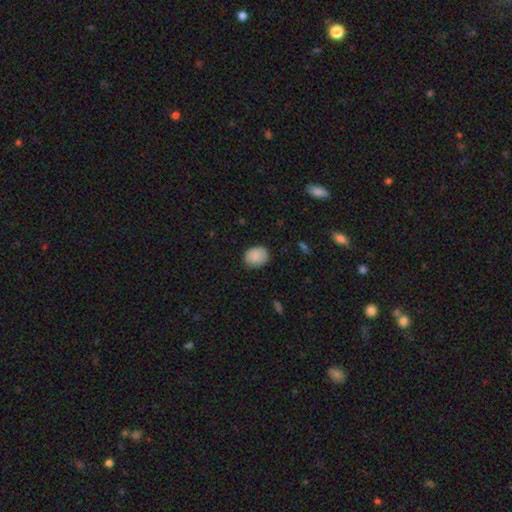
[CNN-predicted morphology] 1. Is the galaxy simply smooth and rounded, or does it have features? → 87% smooth, 7% star or artifact, 5% featured or disk.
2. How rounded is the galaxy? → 51% in between, 48% round, 1% cigar-shaped.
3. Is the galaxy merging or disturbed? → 83% none, 13% minor disturbance, 2% major disturbance, 1% merger.